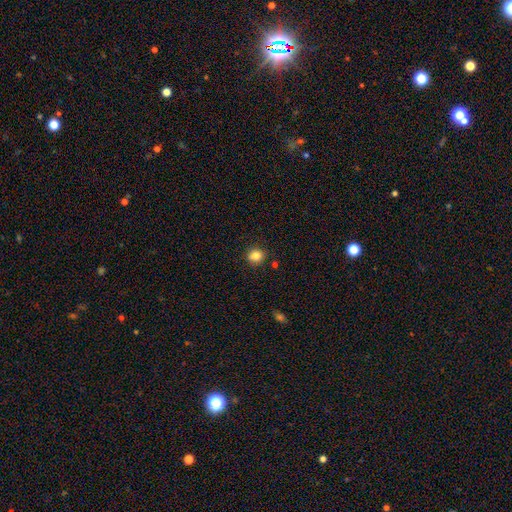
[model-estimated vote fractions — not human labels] The model was most divided on "how rounded": round: 79%, in between: 20%, cigar-shaped: 1%. More confident: merging — none (85%); smooth or featured — smooth (83%).